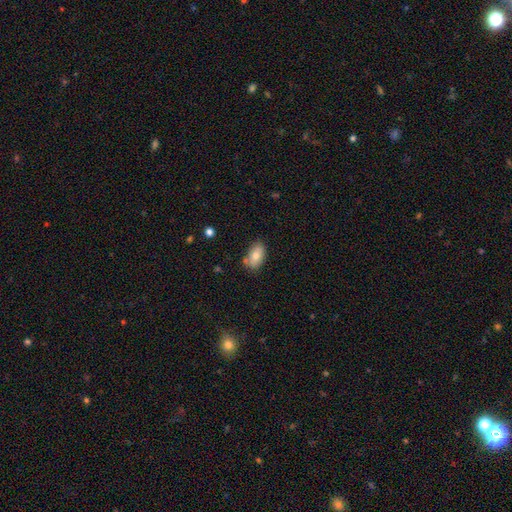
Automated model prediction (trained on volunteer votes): Smooth or featured? smooth (76%)
How rounded? in between (91%)
Merging? none (73%)